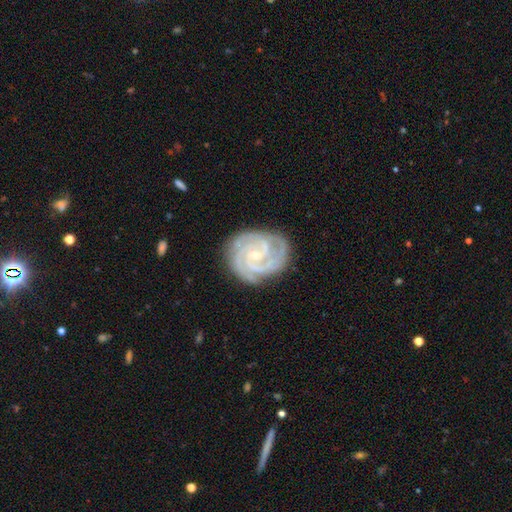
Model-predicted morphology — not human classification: Smooth or featured: featured or disk — 91% (star or artifact — 4%)
Edge-on disk: no — 98% (yes — 2%)
Bar: no — 57% (weak — 33%)
Spiral arms: yes — 99% (no — 1%)
Spiral winding: tight — 76% (medium — 22%)
Spiral arm count: 3 — 45% (2 — 23%)
Bulge size: small — 78% (moderate — 18%)
Merging: none — 79% (minor disturbance — 15%)